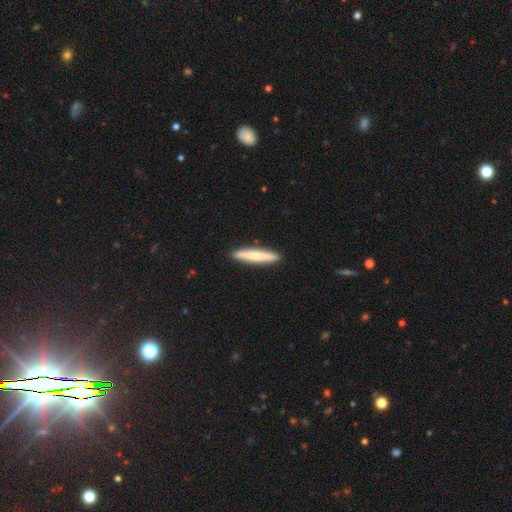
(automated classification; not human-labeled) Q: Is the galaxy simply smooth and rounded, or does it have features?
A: smooth — 70%.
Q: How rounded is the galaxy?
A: cigar-shaped — 93%.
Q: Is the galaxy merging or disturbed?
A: none — 92%.